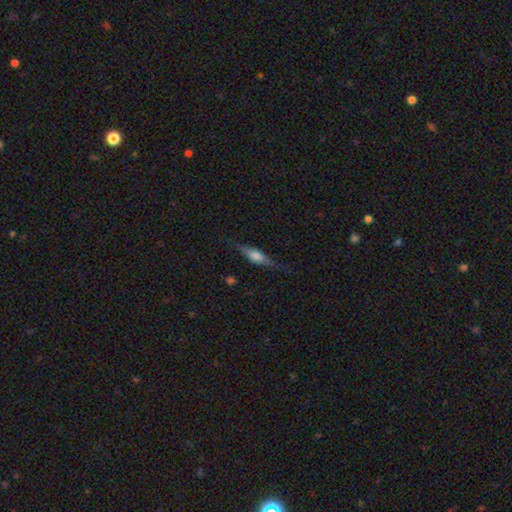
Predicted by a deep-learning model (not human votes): Smooth or featured?
  - featured or disk: 58% *
  - smooth: 35%
  - star or artifact: 7%
Edge-on disk?
  - yes: 94% *
  - no: 6%
Edge-on bulge?
  - rounded: 78% *
  - boxy: 18%
  - none: 4%
Merging?
  - none: 76% *
  - minor disturbance: 17%
  - major disturbance: 5%
  - merger: 1%